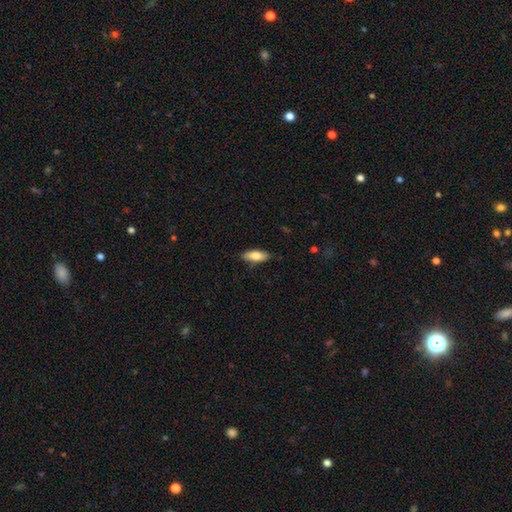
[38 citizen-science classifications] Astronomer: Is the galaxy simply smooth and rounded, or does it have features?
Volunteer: smooth — 74%.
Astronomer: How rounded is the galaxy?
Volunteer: in between — 82%.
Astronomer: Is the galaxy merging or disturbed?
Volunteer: none — 86%.